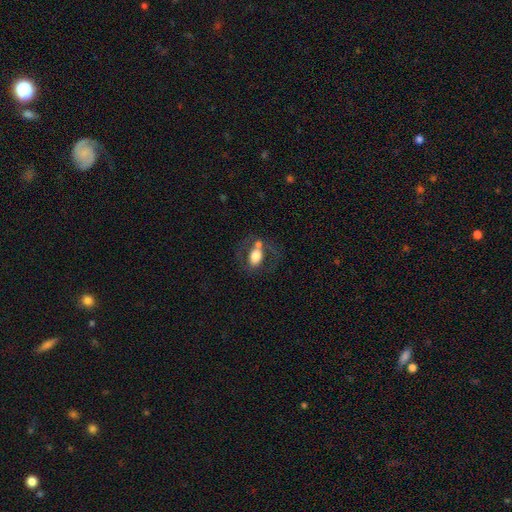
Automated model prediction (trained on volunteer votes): The model was most divided on "smooth or featured": smooth: 57%, featured or disk: 34%, star or artifact: 9%. Remaining: how rounded — in between (79%); merging — none (48%).